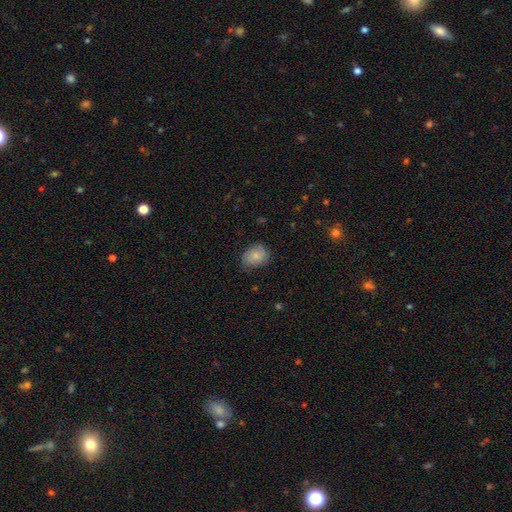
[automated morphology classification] smooth_or_featured: smooth (p=0.78) [alt: featured or disk p=0.15]
how_rounded: in between (p=0.53) [alt: round p=0.46]
merging: none (p=0.72) [alt: minor disturbance p=0.23]